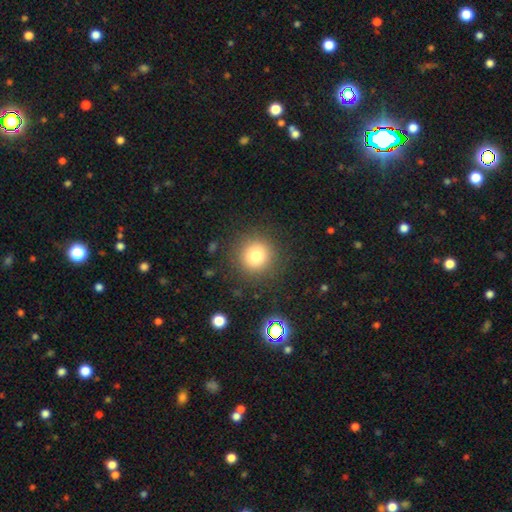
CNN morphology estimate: Q: Smooth or featured?
A: smooth (77%); runner-up: star or artifact (14%)
Q: How rounded?
A: round (95%); runner-up: in between (4%)
Q: Merging?
A: none (88%); runner-up: minor disturbance (7%)